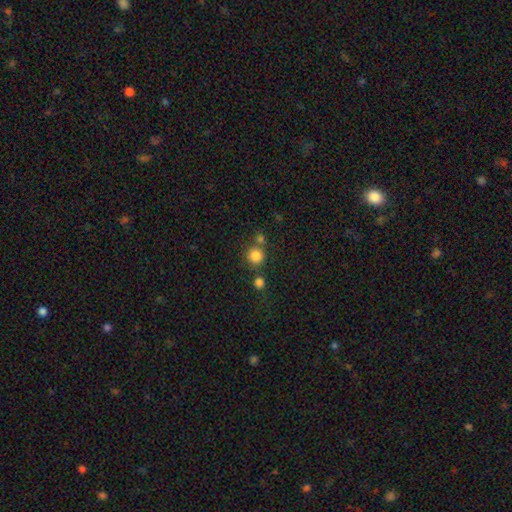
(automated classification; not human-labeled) smooth-or-featured: smooth: 83% | star or artifact: 12% | featured or disk: 5%
  how-rounded: round: 92% | in between: 8% | cigar-shaped: 1%
  merging: none: 69% | merger: 18% | minor disturbance: 9% | major disturbance: 4%